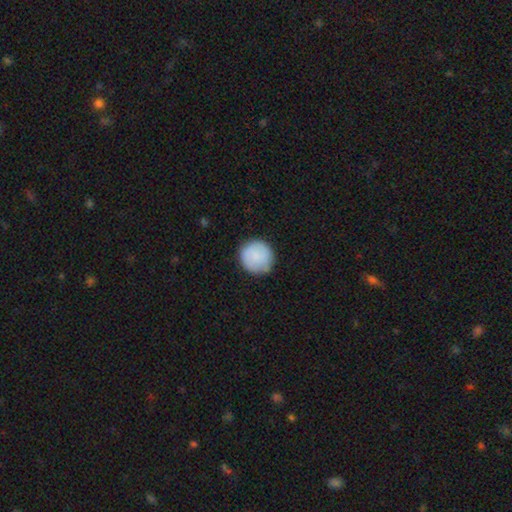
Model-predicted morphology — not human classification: smooth-or-featured: smooth: 80% | featured or disk: 13% | star or artifact: 6%
  how-rounded: round: 94% | in between: 5% | cigar-shaped: 1%
  merging: none: 81% | minor disturbance: 15% | major disturbance: 3% | merger: 1%